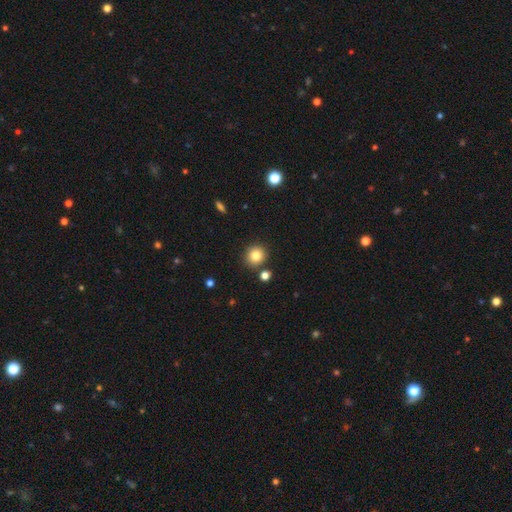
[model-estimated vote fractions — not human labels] smooth-or-featured: smooth: 83% | star or artifact: 11% | featured or disk: 6%
  how-rounded: round: 90% | in between: 9% | cigar-shaped: 1%
  merging: none: 85% | minor disturbance: 7% | merger: 6% | major disturbance: 2%